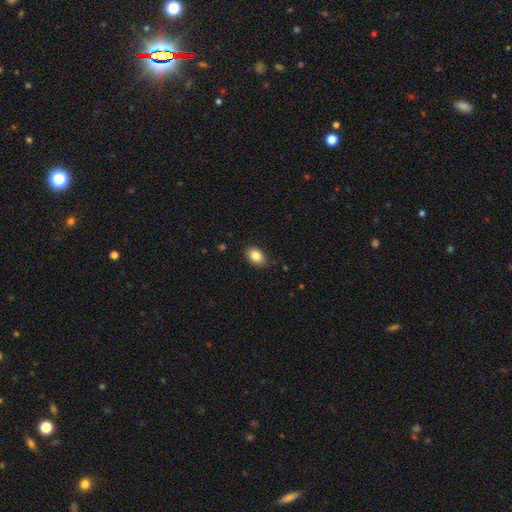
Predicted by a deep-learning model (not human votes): smooth_or_featured: smooth (p=0.85) [alt: star or artifact p=0.08]
how_rounded: in between (p=0.81) [alt: round p=0.18]
merging: none (p=0.82) [alt: minor disturbance p=0.14]